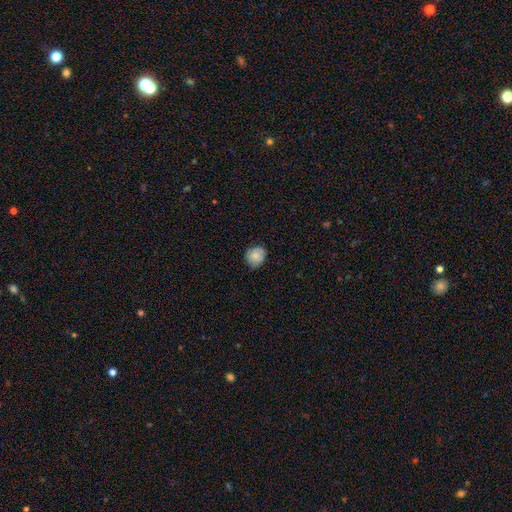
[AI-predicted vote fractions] Smooth or featured: smooth — 75% (featured or disk — 17%)
How rounded: round — 80% (in between — 19%)
Merging: none — 73% (minor disturbance — 22%)